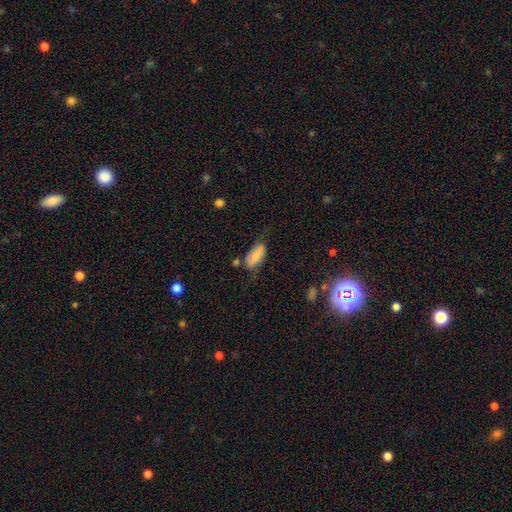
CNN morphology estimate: Overall: smooth (76%). How rounded: in between (88%). Merging: none (57%; minor disturbance 29%).